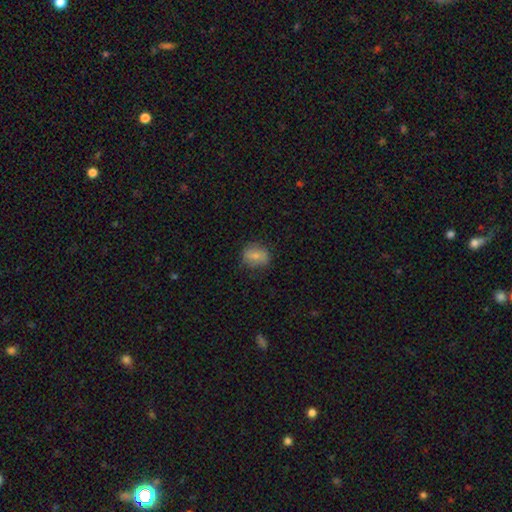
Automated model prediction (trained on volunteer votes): Q: Smooth or featured?
A: smooth (76%); runner-up: featured or disk (15%)
Q: How rounded?
A: round (56%); runner-up: in between (43%)
Q: Merging?
A: none (78%); runner-up: minor disturbance (16%)